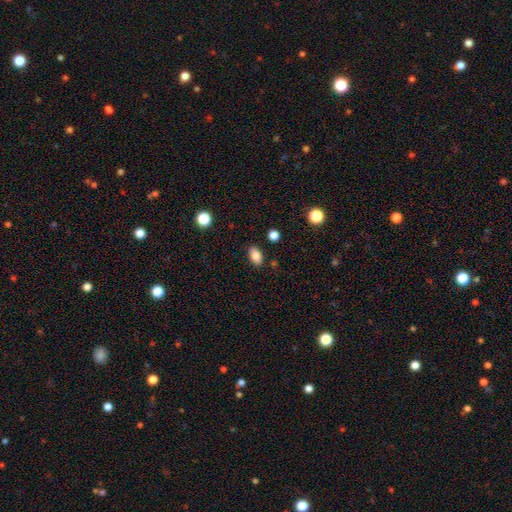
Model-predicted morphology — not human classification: Q: Smooth or featured?
A: smooth (84%); runner-up: star or artifact (9%)
Q: How rounded?
A: in between (89%); runner-up: round (8%)
Q: Merging?
A: none (85%); runner-up: minor disturbance (10%)